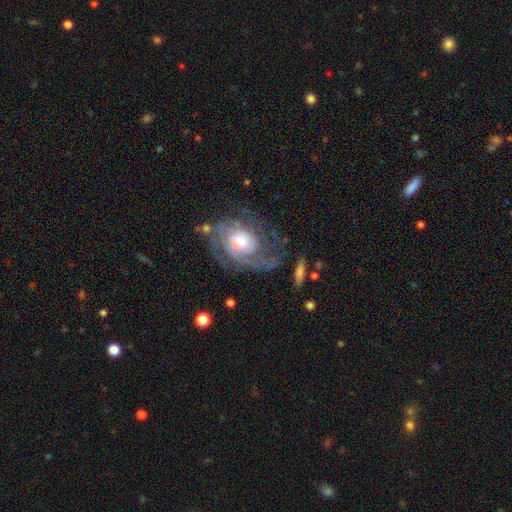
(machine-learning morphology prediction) Overall: featured or disk (82%). Edge-on disk: no (97%). Bar: no (77%). Spiral arms: yes (92%). Spiral arm count: 2 (35%; can't tell 27%). Spiral winding: tight (52%; medium 36%). Bulge size: moderate (58%; large 26%). Merging: none (60%).